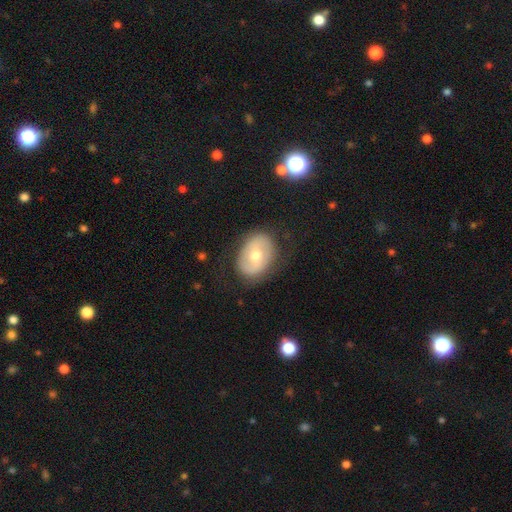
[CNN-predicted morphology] smooth-or-featured: smooth: 46% (tied) | featured or disk: 46% (tied) | star or artifact: 8%
  merging: none: 80% | minor disturbance: 13% | major disturbance: 5% | merger: 1%